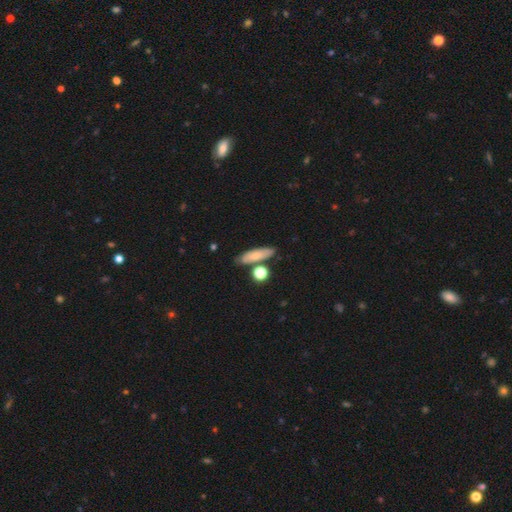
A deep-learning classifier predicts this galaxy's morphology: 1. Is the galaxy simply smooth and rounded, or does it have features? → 72% smooth, 20% featured or disk, 8% star or artifact.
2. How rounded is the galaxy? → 49% cigar-shaped, 43% in between, 8% round.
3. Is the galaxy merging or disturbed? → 72% none, 14% minor disturbance, 10% merger, 4% major disturbance.